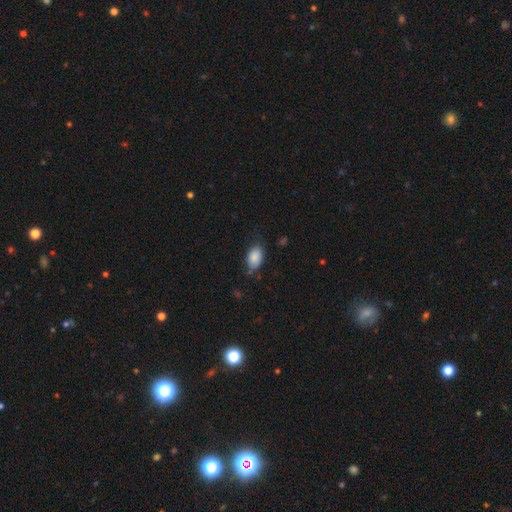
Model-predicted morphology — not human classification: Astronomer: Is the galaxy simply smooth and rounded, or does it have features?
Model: smooth — 86%.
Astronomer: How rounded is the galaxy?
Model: in between — 87%.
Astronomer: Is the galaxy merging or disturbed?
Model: none — 67%.